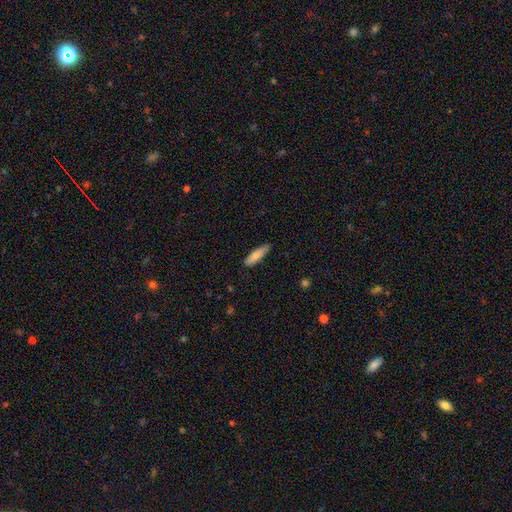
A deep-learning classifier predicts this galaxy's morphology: smooth-or-featured: smooth: 79% | featured or disk: 15% | star or artifact: 6%
  how-rounded: cigar-shaped: 63% | in between: 36% | round: 2%
  merging: none: 85% | minor disturbance: 12% | major disturbance: 2% | merger: 1%